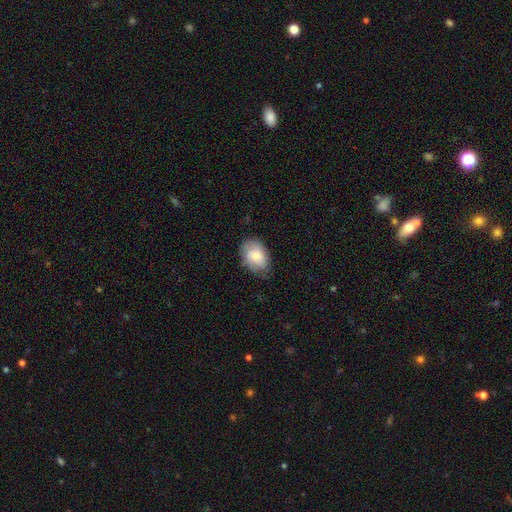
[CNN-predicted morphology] This is likely a smooth galaxy (74%). How rounded: clearly in between (82%). Merging: likely none (68%).